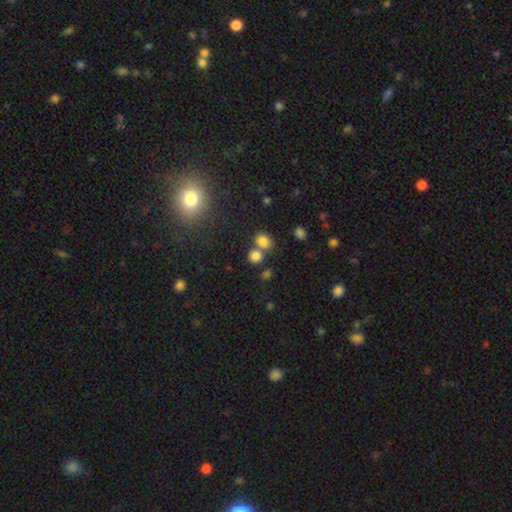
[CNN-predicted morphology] Smooth or featured: smooth — 79% (star or artifact — 14%)
How rounded: round — 74% (in between — 25%)
Merging: none — 55% (merger — 33%)